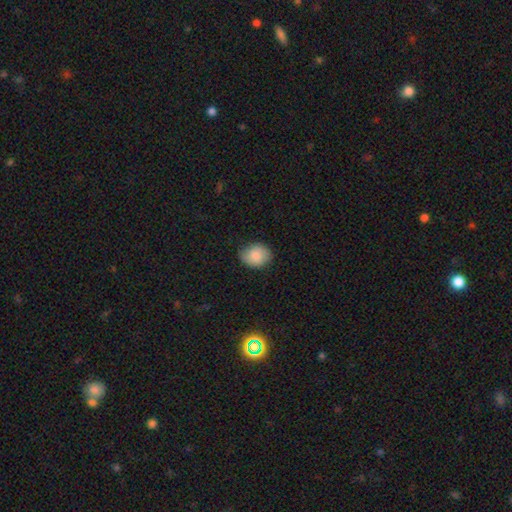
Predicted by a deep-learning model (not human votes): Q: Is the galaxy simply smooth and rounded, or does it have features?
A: smooth — 77%.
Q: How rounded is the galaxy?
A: round — 51%.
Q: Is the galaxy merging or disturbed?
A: none — 78%.